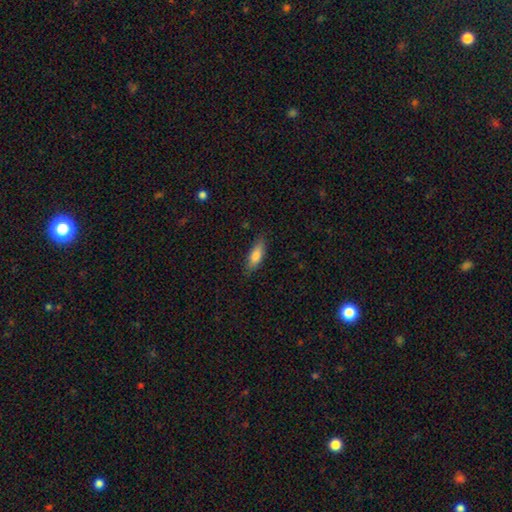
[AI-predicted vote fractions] Overall: smooth (82%). How rounded: in between (62%; cigar-shaped 36%). Merging: none (82%).